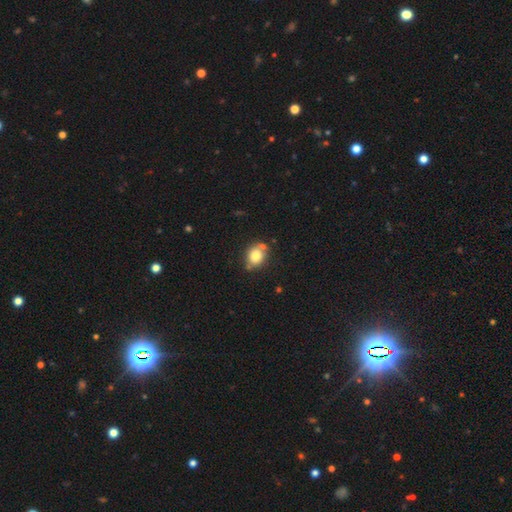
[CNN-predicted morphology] smooth_or_featured: smooth (p=0.78) [alt: featured or disk p=0.12]
how_rounded: round (p=0.59) [alt: in between p=0.40]
merging: none (p=0.68) [alt: minor disturbance p=0.16]